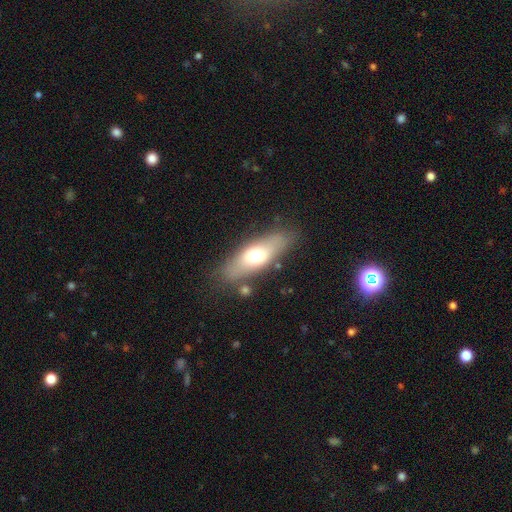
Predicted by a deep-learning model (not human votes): smooth 60%, featured or disk 33%, star or artifact 7%. Down the decision tree: how rounded — in between (63%); merging — none (78%).